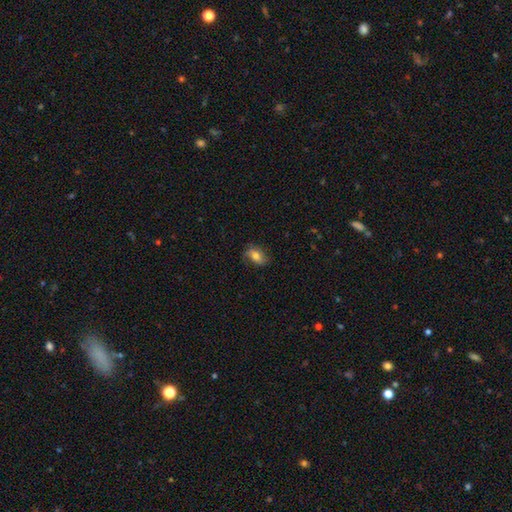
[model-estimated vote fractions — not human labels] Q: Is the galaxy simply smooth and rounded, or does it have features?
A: smooth — 64%.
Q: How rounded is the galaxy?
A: in between — 81%.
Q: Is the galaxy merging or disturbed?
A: none — 73%.